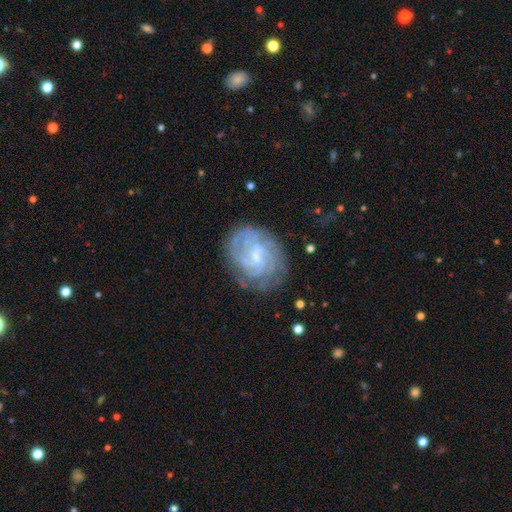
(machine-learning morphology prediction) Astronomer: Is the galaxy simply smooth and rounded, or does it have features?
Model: featured or disk — 85%.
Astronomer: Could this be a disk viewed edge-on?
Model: no — 98%.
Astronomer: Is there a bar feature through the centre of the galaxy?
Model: weak — 54% (runner-up: no, 34%).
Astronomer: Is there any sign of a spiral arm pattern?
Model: yes — 96%.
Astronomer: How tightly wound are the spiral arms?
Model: tight — 69%.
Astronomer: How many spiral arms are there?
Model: can't tell — 30% (runner-up: 4, 21%).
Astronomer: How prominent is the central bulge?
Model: small — 65%.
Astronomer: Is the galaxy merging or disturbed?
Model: none — 77%.